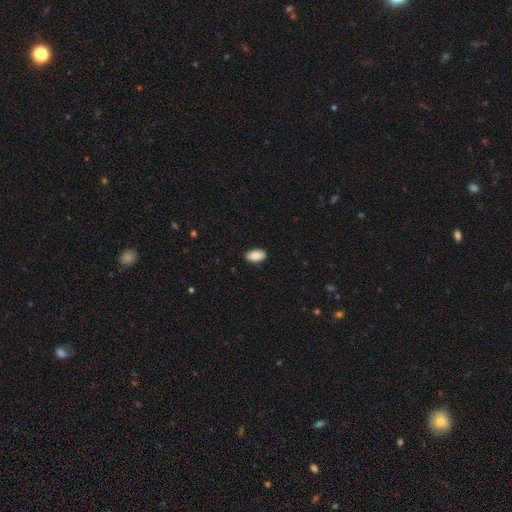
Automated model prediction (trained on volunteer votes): Smooth or featured: smooth — 89% (star or artifact — 7%)
How rounded: in between — 94% (round — 4%)
Merging: none — 89% (minor disturbance — 9%)